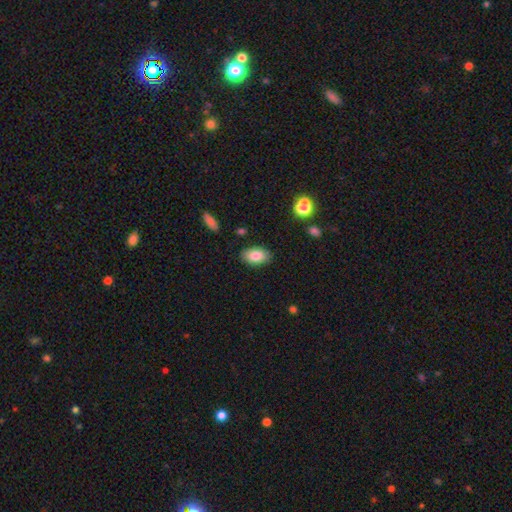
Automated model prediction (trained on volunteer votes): The model was most divided on "smooth or featured": smooth: 83%, featured or disk: 10%, star or artifact: 7%. More confident: how rounded — in between (93%); merging — none (86%).